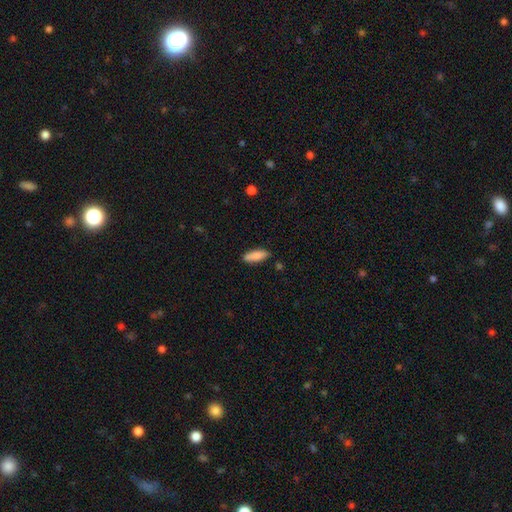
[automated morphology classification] This appears to be a smooth galaxy with no disk features (84%) that is in between round and cigar-shaped (57%). Merging: none (82%).